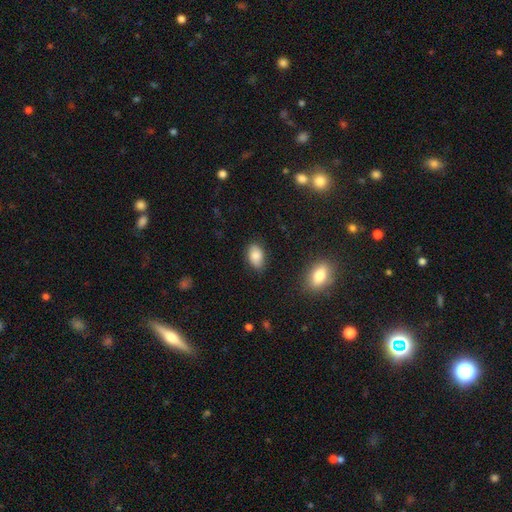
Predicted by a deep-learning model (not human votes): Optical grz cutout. It shows a smooth galaxy with no disk features (83%) that is in between round and cigar-shaped (90%). Merging: none (78%).